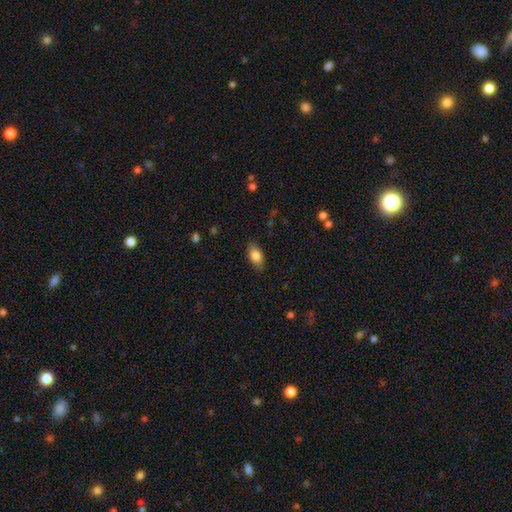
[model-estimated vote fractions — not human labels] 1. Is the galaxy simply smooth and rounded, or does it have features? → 84% smooth, 9% featured or disk, 7% star or artifact.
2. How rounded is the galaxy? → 91% in between, 5% round, 4% cigar-shaped.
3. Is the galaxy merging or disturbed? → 86% none, 11% minor disturbance, 3% major disturbance, 1% merger.